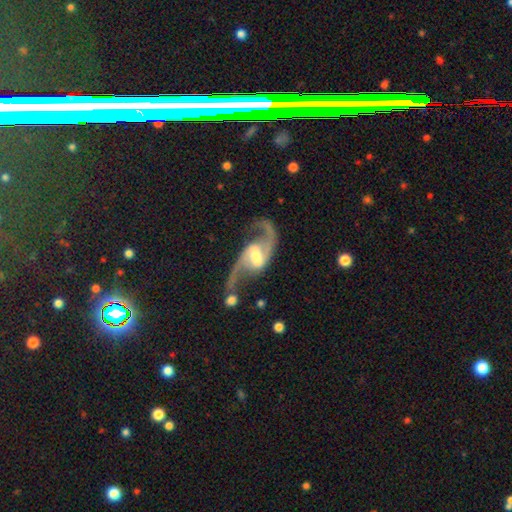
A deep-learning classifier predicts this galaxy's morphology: The model was most divided on "bar": weak: 49%, strong: 37%, no: 13%. More confident: spiral arms — yes (97%); edge-on disk — no (97%); spiral arm count — 2 (94%); smooth or featured — featured or disk (91%); merging — none (64%); spiral winding — loose (64%); bulge size — moderate (50%).